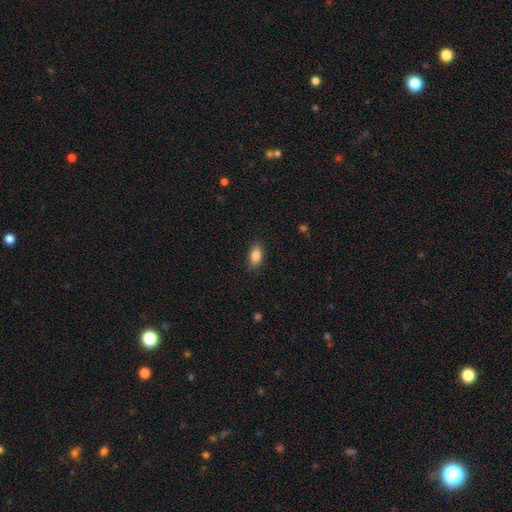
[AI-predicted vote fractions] Q: Smooth or featured?
A: smooth (86%); runner-up: star or artifact (8%)
Q: How rounded?
A: in between (89%); runner-up: round (6%)
Q: Merging?
A: none (87%); runner-up: minor disturbance (10%)